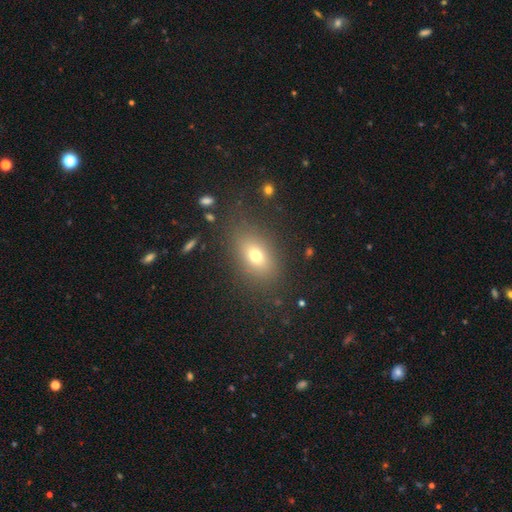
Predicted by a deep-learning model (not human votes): Smooth or featured?
  - smooth: 71% *
  - featured or disk: 15%
  - star or artifact: 15%
How rounded?
  - in between: 75% *
  - round: 22%
  - cigar-shaped: 3%
Merging?
  - none: 78% *
  - minor disturbance: 12%
  - major disturbance: 8%
  - merger: 2%